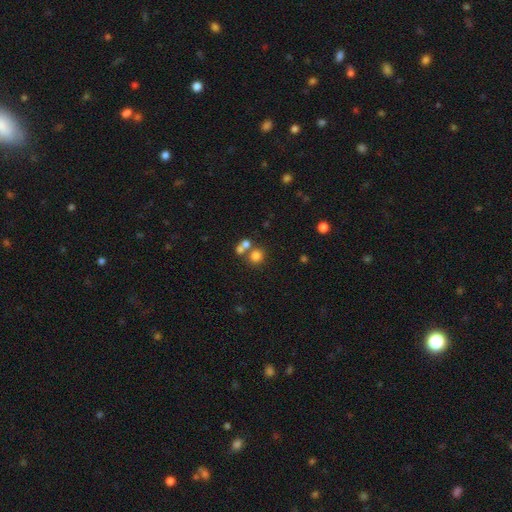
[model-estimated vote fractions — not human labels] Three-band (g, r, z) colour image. It shows a smooth galaxy with no disk features (74%) that is round (84%). Merging: none (53%).